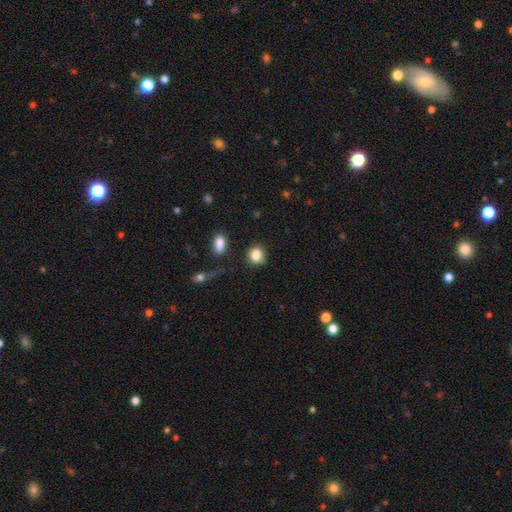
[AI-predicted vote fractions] A smooth galaxy with no disk features (85%) that is round (66%). Merging: none (73%).